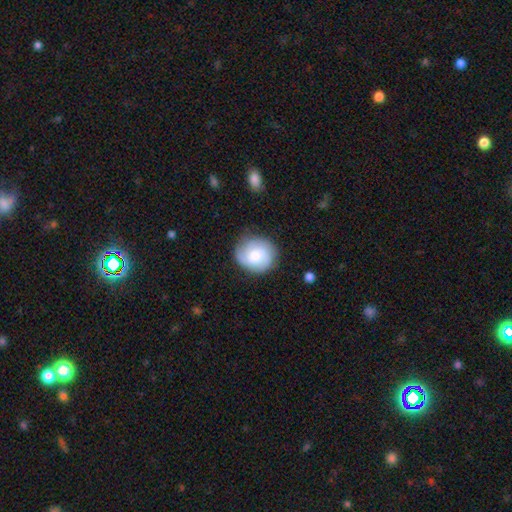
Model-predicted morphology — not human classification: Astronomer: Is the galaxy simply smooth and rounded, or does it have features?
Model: featured or disk — 56% (runner-up: smooth, 37%).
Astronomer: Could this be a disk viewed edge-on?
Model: no — 98%.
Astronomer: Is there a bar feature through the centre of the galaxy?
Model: no — 61%.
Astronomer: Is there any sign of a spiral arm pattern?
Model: yes — 92%.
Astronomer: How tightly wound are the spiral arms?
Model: tight — 49% (runner-up: medium, 39%).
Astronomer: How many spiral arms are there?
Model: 2 — 42% (runner-up: 3, 26%).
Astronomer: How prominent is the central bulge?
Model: moderate — 42% (runner-up: large, 29%).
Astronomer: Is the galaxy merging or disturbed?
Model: none — 79%.